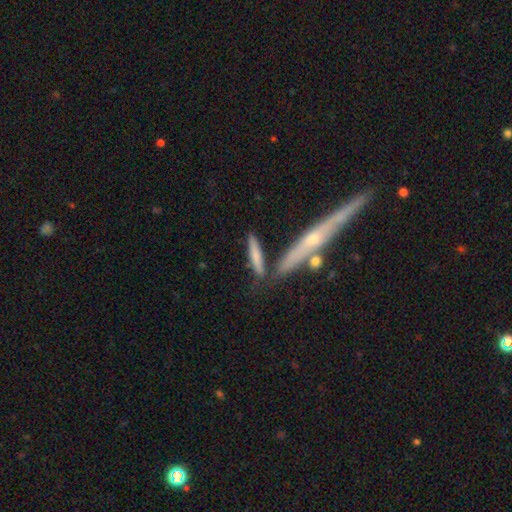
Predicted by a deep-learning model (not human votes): This is likely a smooth galaxy (69%). How rounded: clearly cigar-shaped (85%). Merging: likely none (67%).